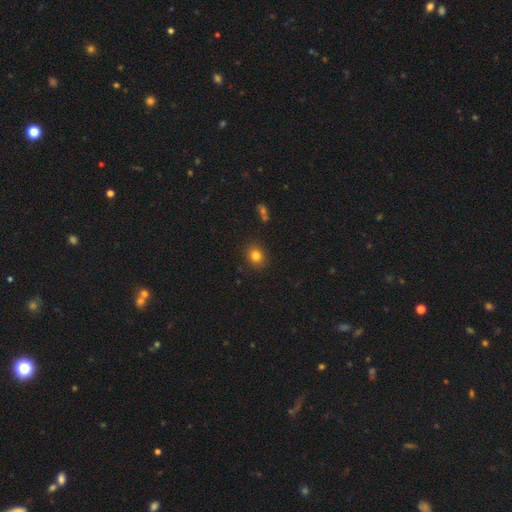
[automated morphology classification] Smooth or featured? Predicted: smooth (p=0.81). How rounded? Predicted: round (p=0.70). Merging? Predicted: none (p=0.88).